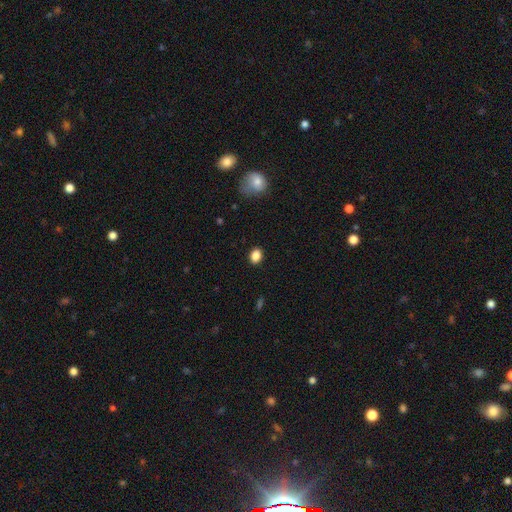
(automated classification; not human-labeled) A smooth galaxy with no disk features (87%) that is in between round and cigar-shaped (69%).

Vote fractions:
- Smooth or featured? smooth: 87% / star or artifact: 10% / featured or disk: 4%
- How rounded? in between: 69% / round: 30% / cigar-shaped: 1%
- Merging? none: 89% / minor disturbance: 8% / major disturbance: 2% / merger: 1%